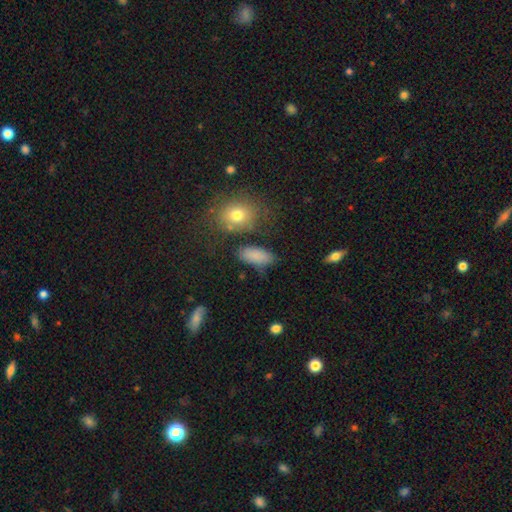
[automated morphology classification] Smooth or featured: smooth — 83% (star or artifact — 9%)
How rounded: in between — 88% (cigar-shaped — 7%)
Merging: none — 72% (minor disturbance — 17%)